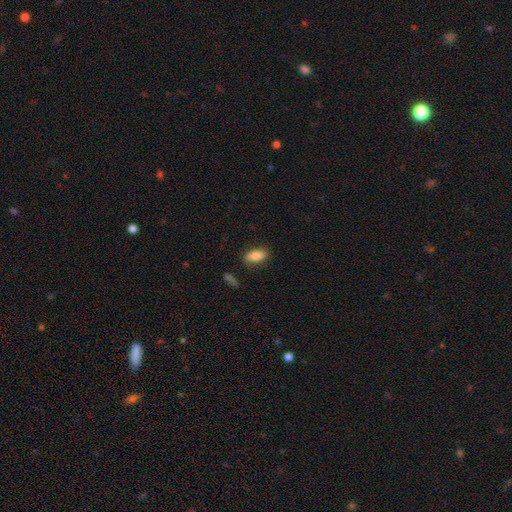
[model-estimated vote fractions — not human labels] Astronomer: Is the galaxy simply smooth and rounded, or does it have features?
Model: smooth — 82%.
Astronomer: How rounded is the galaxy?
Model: in between — 87%.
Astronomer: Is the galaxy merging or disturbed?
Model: none — 81%.